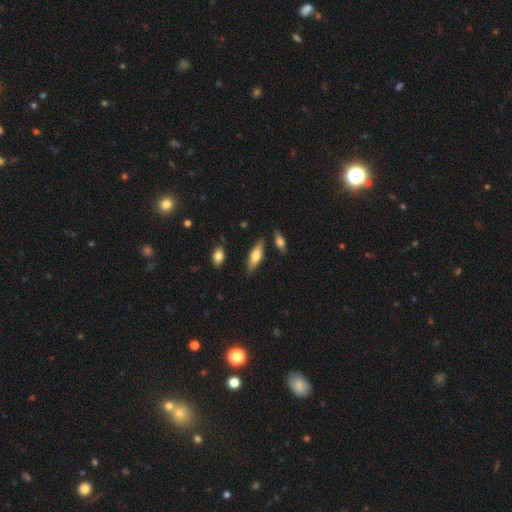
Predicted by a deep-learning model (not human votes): Smooth or featured? smooth (61%)
How rounded? in between (54%)
Merging? none (80%)